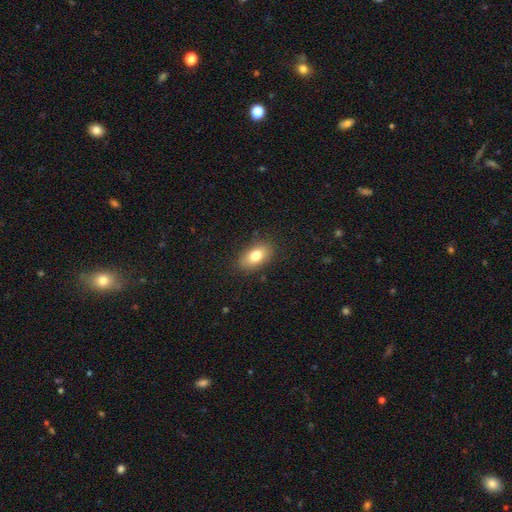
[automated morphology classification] Smooth or featured?
  - smooth: 79% *
  - featured or disk: 13%
  - star or artifact: 8%
How rounded?
  - in between: 90% *
  - round: 7%
  - cigar-shaped: 3%
Merging?
  - none: 85% *
  - minor disturbance: 11%
  - major disturbance: 3%
  - merger: 1%